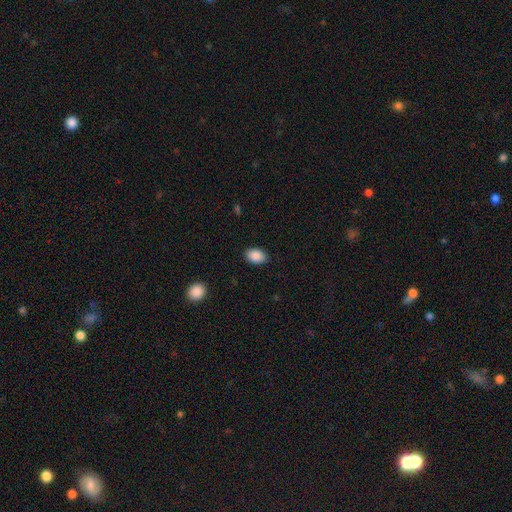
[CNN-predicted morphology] A smooth galaxy with no disk features (89%) that is in between round and cigar-shaped (86%). Merging: none (87%).